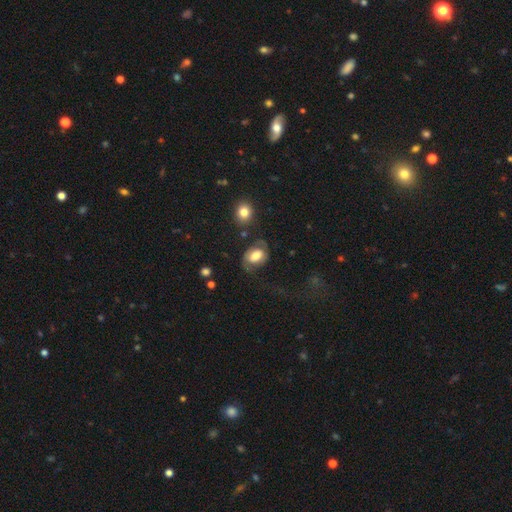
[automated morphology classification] smooth_or_featured: smooth (p=0.60) [alt: featured or disk p=0.32]
how_rounded: in between (p=0.79) [alt: round p=0.20]
merging: none (p=0.49) [alt: major disturbance p=0.23]